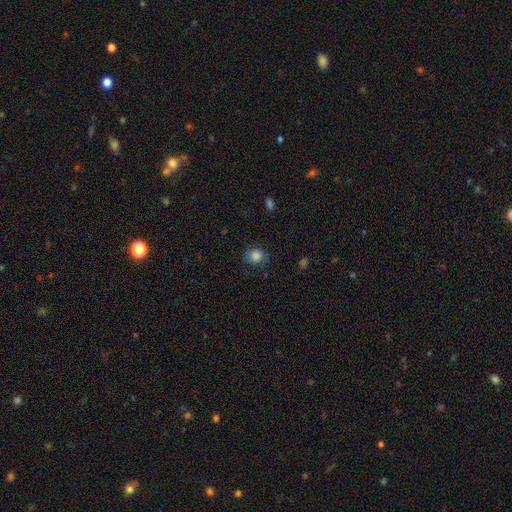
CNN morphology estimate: Smooth or featured?
  - smooth: 84% *
  - star or artifact: 10%
  - featured or disk: 5%
How rounded?
  - round: 77% *
  - in between: 22%
  - cigar-shaped: 1%
Merging?
  - none: 77% *
  - minor disturbance: 17%
  - major disturbance: 5%
  - merger: 1%